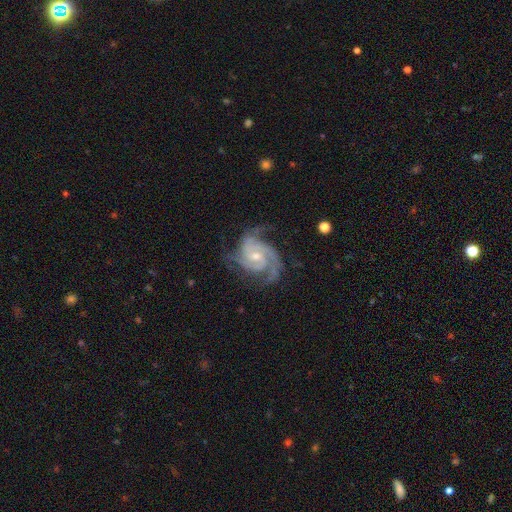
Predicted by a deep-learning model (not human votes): Q: Smooth or featured?
A: featured or disk (92%); runner-up: star or artifact (4%)
Q: Edge-on disk?
A: no (98%); runner-up: yes (2%)
Q: Bar?
A: no (59%); runner-up: weak (34%)
Q: Spiral arms?
A: yes (98%); runner-up: no (2%)
Q: Spiral winding?
A: tight (53%); runner-up: medium (40%)
Q: Spiral arm count?
A: 3 (49%); runner-up: 2 (25%)
Q: Bulge size?
A: small (54%); runner-up: moderate (42%)
Q: Merging?
A: none (65%); runner-up: minor disturbance (22%)